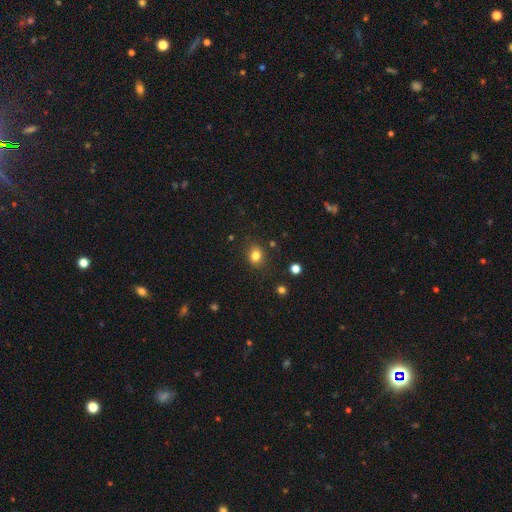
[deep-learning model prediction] This appears to be a smooth galaxy with no disk features (81%) that is round (62%). Merging: none (84%).